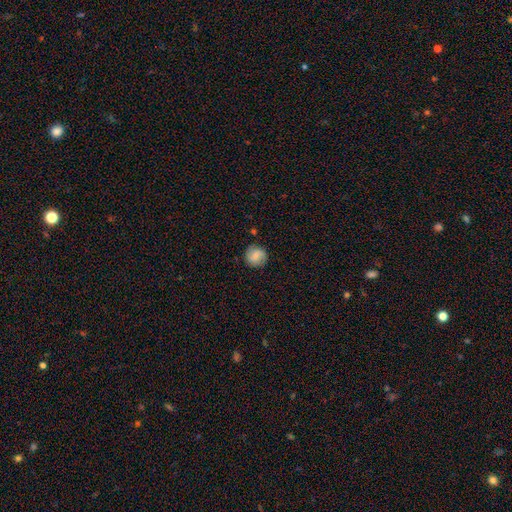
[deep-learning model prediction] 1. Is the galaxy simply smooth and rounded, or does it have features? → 68% smooth, 24% featured or disk, 8% star or artifact.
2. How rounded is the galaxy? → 90% round, 9% in between, 1% cigar-shaped.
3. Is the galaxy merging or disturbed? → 83% none, 12% minor disturbance, 3% major disturbance, 2% merger.